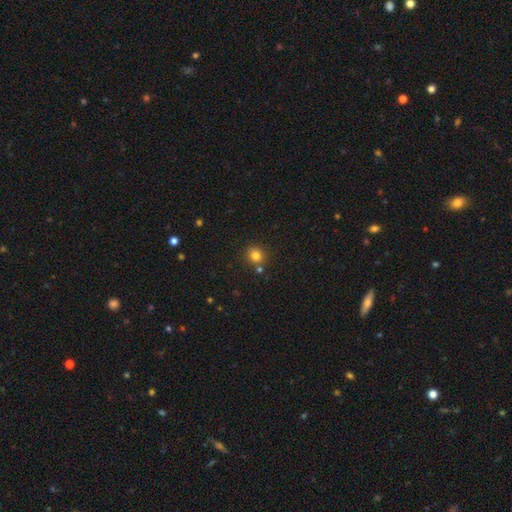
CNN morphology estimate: smooth 80%, star or artifact 13%, featured or disk 6%. Down the decision tree: how rounded — round (80%); merging — none (77%).